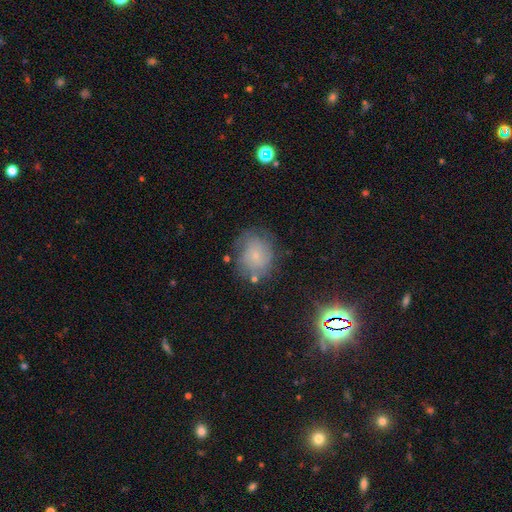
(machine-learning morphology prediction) The model was most divided on "smooth or featured": smooth: 47%, featured or disk: 36%, star or artifact: 17%. More confident: merging — none (64%).